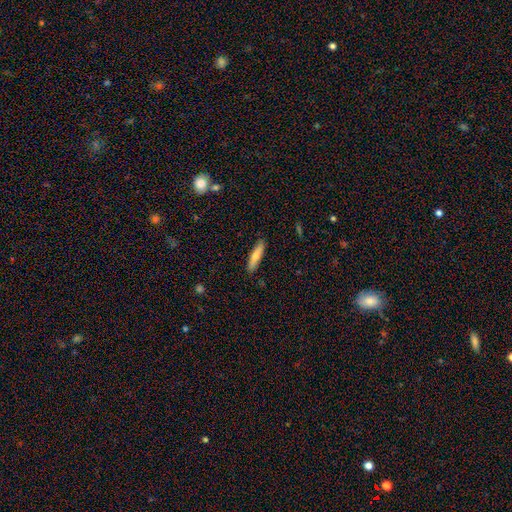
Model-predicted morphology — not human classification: type=smooth (71%); roundness=cigar-shaped (83%); merging=none (88%).